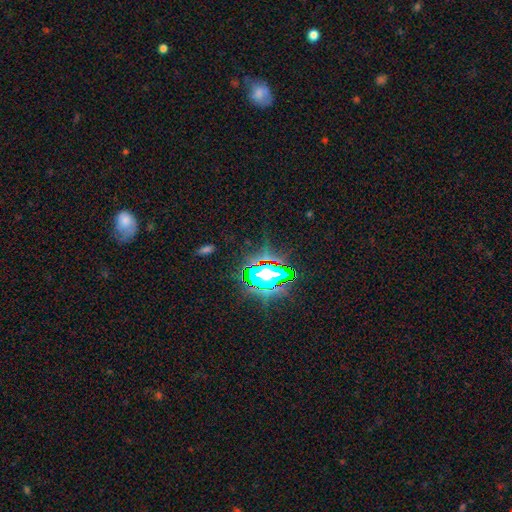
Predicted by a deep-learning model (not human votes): Morphology: type=star or artifact (82%).